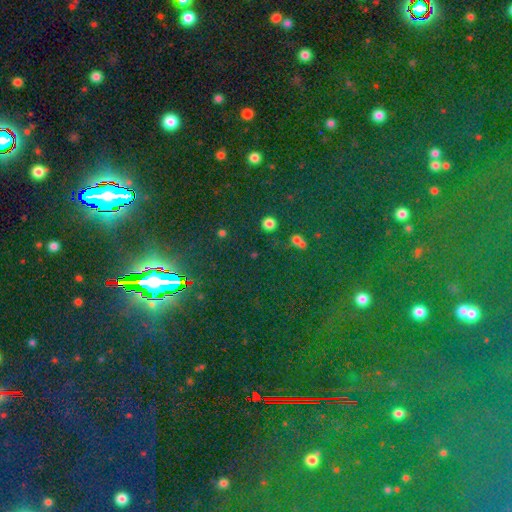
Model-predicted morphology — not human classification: This is clearly a star or artifact rather than a galaxy (84%).